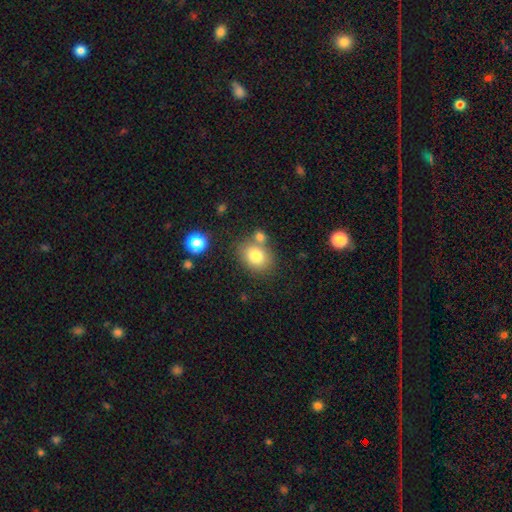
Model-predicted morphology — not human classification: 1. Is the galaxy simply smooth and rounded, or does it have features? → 80% smooth, 10% star or artifact, 10% featured or disk.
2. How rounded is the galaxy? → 53% in between, 46% round, 1% cigar-shaped.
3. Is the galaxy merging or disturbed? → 63% none, 21% merger, 13% minor disturbance, 4% major disturbance.